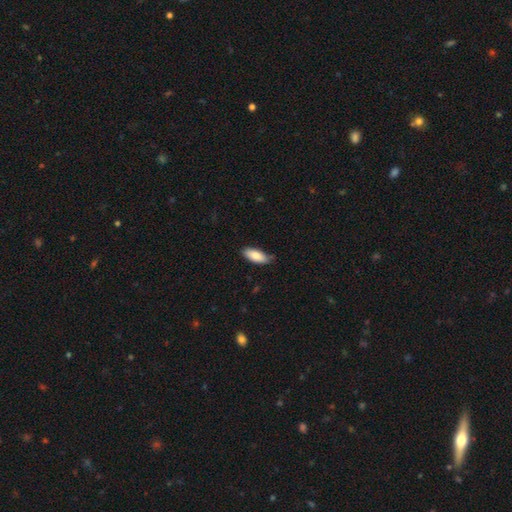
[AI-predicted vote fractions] A smooth galaxy with no disk features (85%) that is in between round and cigar-shaped (81%).

Vote fractions:
- Smooth or featured? smooth: 85% / featured or disk: 9% / star or artifact: 6%
- How rounded? in between: 81% / cigar-shaped: 17% / round: 2%
- Merging? none: 77% / minor disturbance: 19% / major disturbance: 2% / merger: 1%